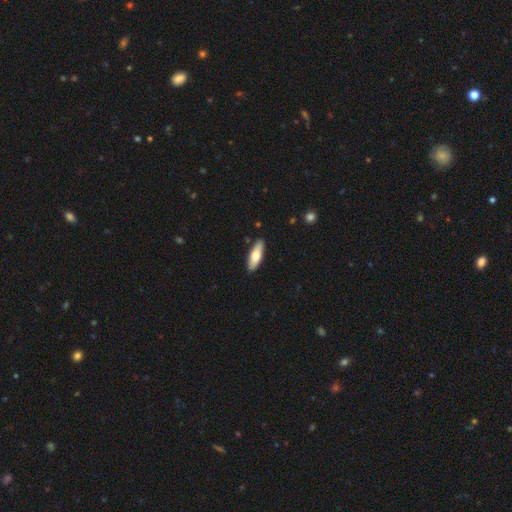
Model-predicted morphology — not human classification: A smooth galaxy with no disk features (69%) that is in between round and cigar-shaped (55%).

Vote fractions:
- Smooth or featured? smooth: 69% / featured or disk: 25% / star or artifact: 5%
- How rounded? in between: 55% / cigar-shaped: 44% / round: 2%
- Merging? none: 87% / minor disturbance: 10% / major disturbance: 2% / merger: 1%